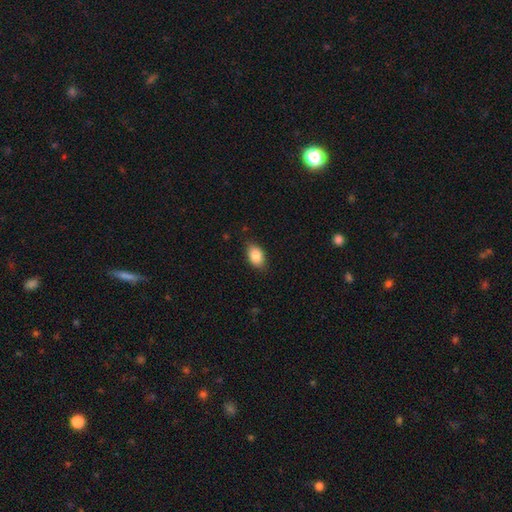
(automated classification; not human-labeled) smooth_or_featured: smooth (p=0.87) [alt: star or artifact p=0.07]
how_rounded: in between (p=0.89) [alt: round p=0.10]
merging: none (p=0.83) [alt: minor disturbance p=0.13]